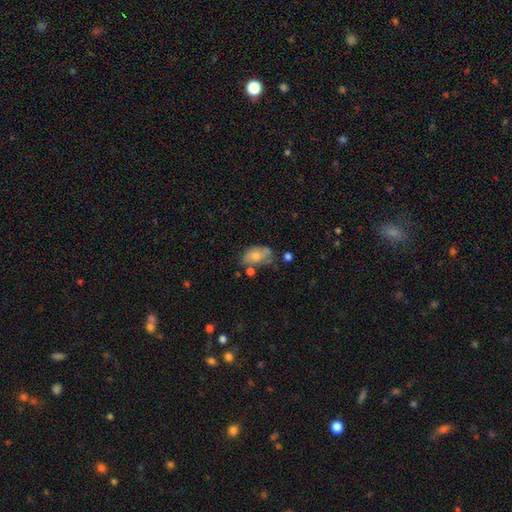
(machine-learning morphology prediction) Smooth or featured: smooth — 61% (featured or disk — 28%)
How rounded: in between — 87% (round — 10%)
Merging: none — 45% (minor disturbance — 29%)